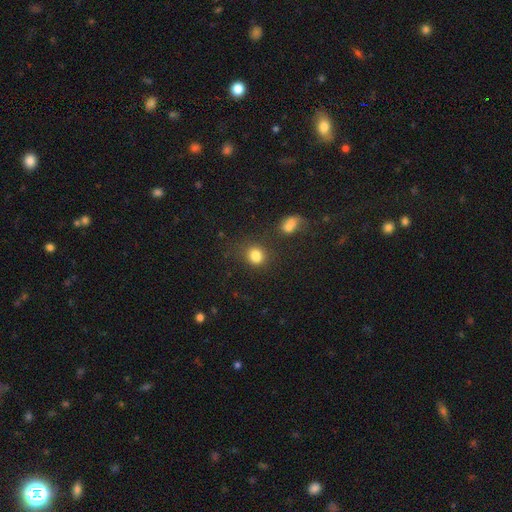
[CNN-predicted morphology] Overall: smooth (82%). How rounded: round (67%; in between 32%). Merging: none (66%).